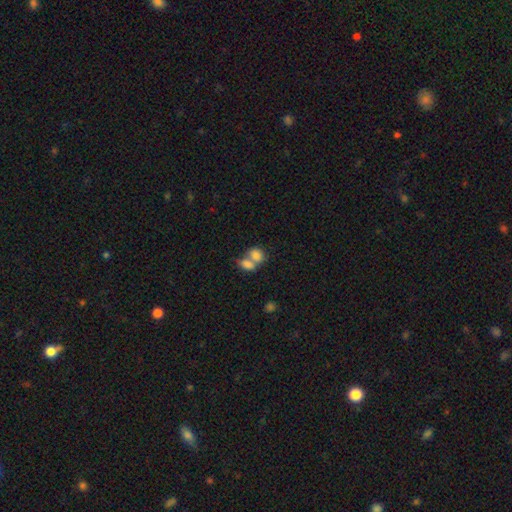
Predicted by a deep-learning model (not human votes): smooth-or-featured: smooth: 79% | featured or disk: 12% | star or artifact: 8%
  how-rounded: in between: 73% | round: 26% | cigar-shaped: 2%
  merging: merger: 69% | none: 20% | minor disturbance: 7% | major disturbance: 4%